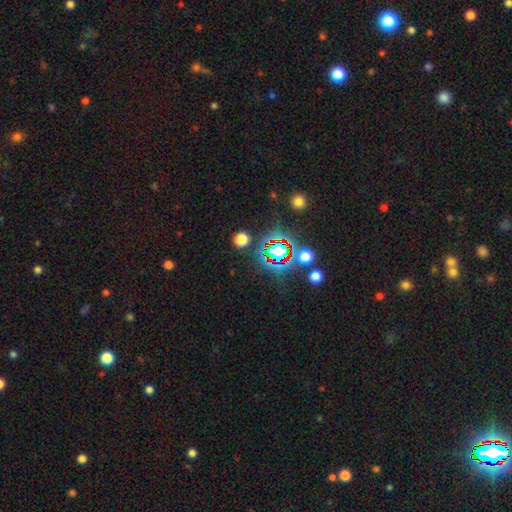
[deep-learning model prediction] This appears to be a star or artifact, not a galaxy (80%).